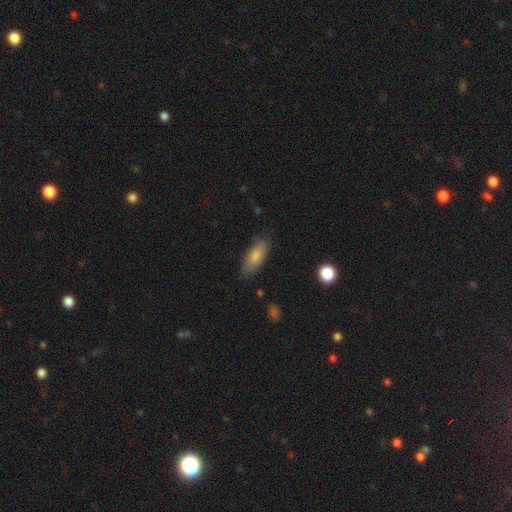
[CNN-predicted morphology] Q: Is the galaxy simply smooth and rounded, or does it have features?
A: smooth — 82%.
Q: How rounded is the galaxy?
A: in between — 79%.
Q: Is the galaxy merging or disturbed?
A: none — 79%.